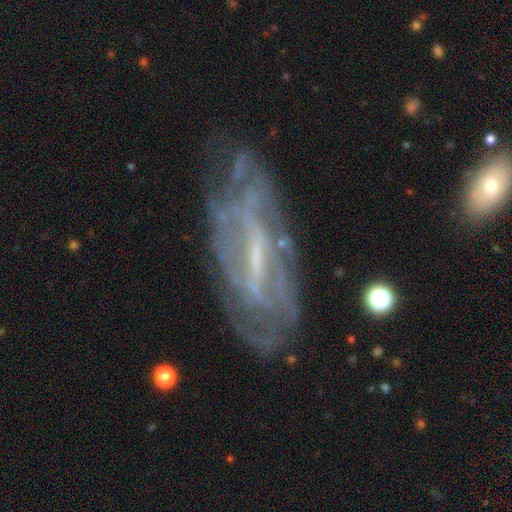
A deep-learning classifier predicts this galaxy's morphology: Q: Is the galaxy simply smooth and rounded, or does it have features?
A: featured or disk — 79%.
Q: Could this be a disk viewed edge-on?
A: no — 85%.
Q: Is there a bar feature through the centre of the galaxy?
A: strong — 42%.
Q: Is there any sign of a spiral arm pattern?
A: yes — 72%.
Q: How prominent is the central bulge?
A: small — 54%.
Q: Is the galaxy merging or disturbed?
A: none — 63%.